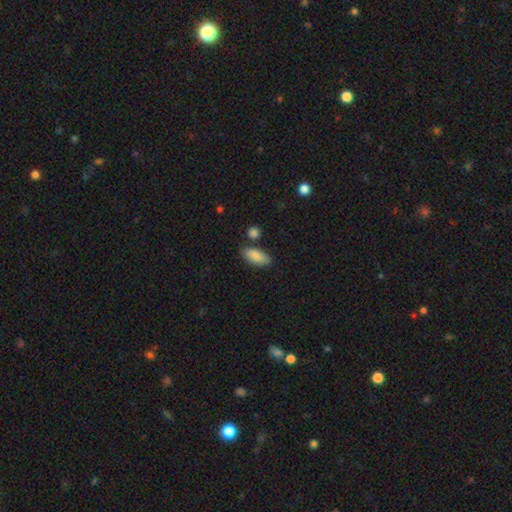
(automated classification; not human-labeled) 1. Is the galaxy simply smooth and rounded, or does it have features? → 87% smooth, 6% star or artifact, 6% featured or disk.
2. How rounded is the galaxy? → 88% in between, 9% cigar-shaped, 3% round.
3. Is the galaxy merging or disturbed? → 74% none, 15% minor disturbance, 7% merger, 3% major disturbance.